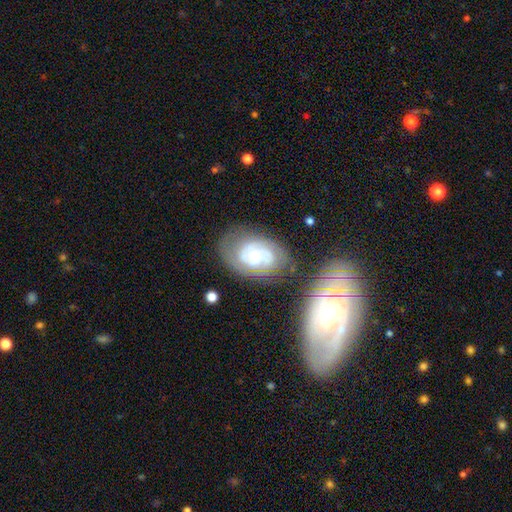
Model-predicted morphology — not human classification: Q: Smooth or featured?
A: featured or disk (72%); runner-up: smooth (20%)
Q: Edge-on disk?
A: no (96%); runner-up: yes (4%)
Q: Bar?
A: no (73%); runner-up: weak (22%)
Q: Spiral arms?
A: yes (91%); runner-up: no (9%)
Q: Spiral winding?
A: tight (67%); runner-up: medium (26%)
Q: Spiral arm count?
A: 2 (35%); tied with: can't tell (35%)
Q: Bulge size?
A: small (70%); runner-up: moderate (18%)
Q: Merging?
A: none (66%); runner-up: minor disturbance (19%)